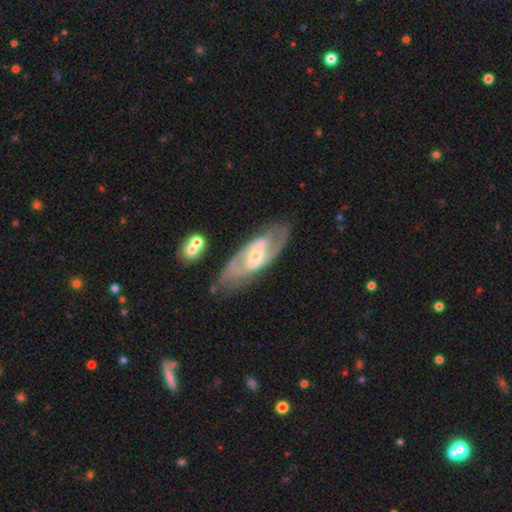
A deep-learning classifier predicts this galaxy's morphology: Overall: featured or disk (87%). Edge-on disk: no (93%). Bar: strong (45%; weak 39%). Spiral arms: yes (95%). Spiral arm count: 2 (88%). Spiral winding: medium (55%; tight 28%). Bulge size: small (56%; moderate 37%). Merging: none (77%).